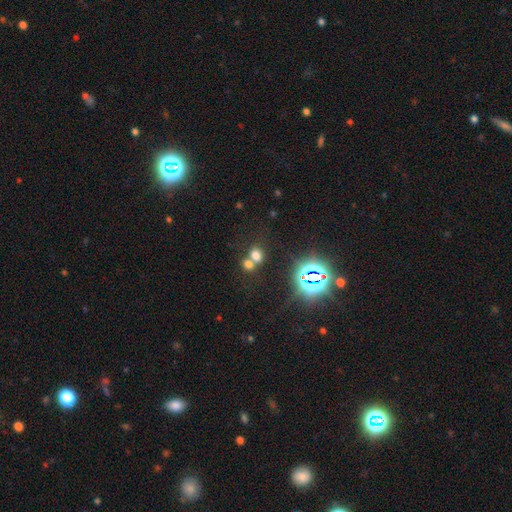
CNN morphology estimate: Smooth or featured? Predicted: smooth (p=0.62). How rounded? Predicted: round (p=0.58). Merging? Predicted: merger (p=0.51).